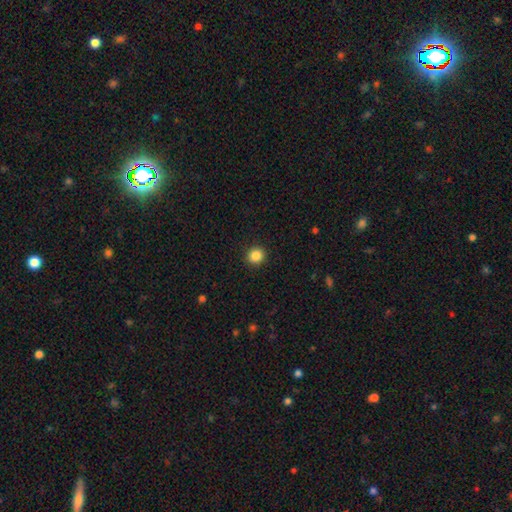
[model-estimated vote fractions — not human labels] Smooth or featured? Predicted: smooth (p=0.86). How rounded? Predicted: round (p=0.90). Merging? Predicted: none (p=0.92).